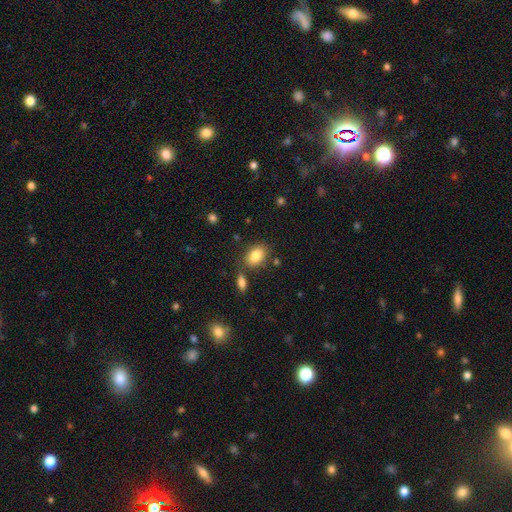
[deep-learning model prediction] smooth 85%, star or artifact 8%, featured or disk 7%. Down the decision tree: how rounded — in between (87%); merging — none (75%).